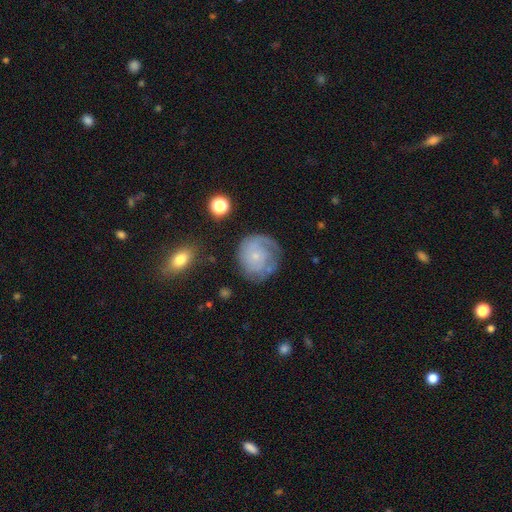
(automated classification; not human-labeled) Q: Smooth or featured?
A: featured or disk (65%); runner-up: smooth (27%)
Q: Edge-on disk?
A: no (98%); runner-up: yes (2%)
Q: Bar?
A: no (81%); runner-up: weak (17%)
Q: Spiral arms?
A: yes (86%); runner-up: no (14%)
Q: Spiral winding?
A: tight (60%); runner-up: medium (28%)
Q: Spiral arm count?
A: can't tell (33%); runner-up: 1 (26%)
Q: Bulge size?
A: small (80%); runner-up: moderate (12%)
Q: Merging?
A: none (64%); runner-up: minor disturbance (21%)